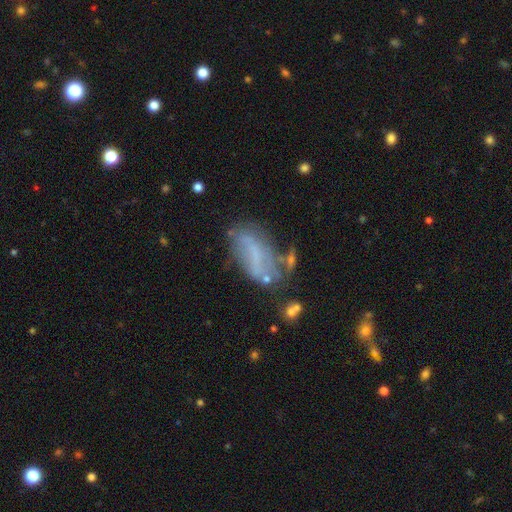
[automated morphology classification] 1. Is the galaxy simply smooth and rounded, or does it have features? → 48% featured or disk, 40% smooth, 13% star or artifact.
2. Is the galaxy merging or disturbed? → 39% none, 26% minor disturbance, 23% major disturbance, 12% merger.